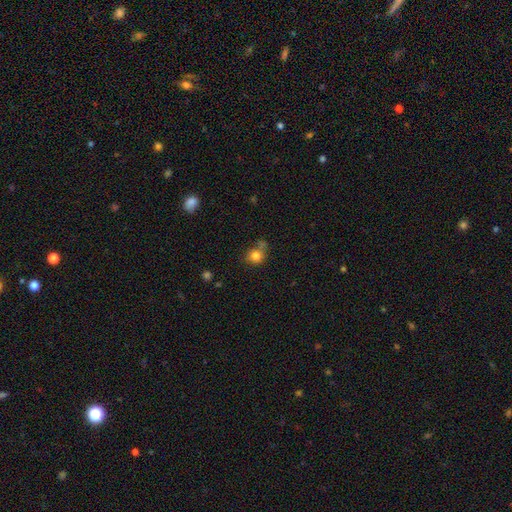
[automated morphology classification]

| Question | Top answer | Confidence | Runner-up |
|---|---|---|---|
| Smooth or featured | smooth | 81% | star or artifact (11%) |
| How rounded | round | 80% | in between (19%) |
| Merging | none | 51% | merger (23%) |